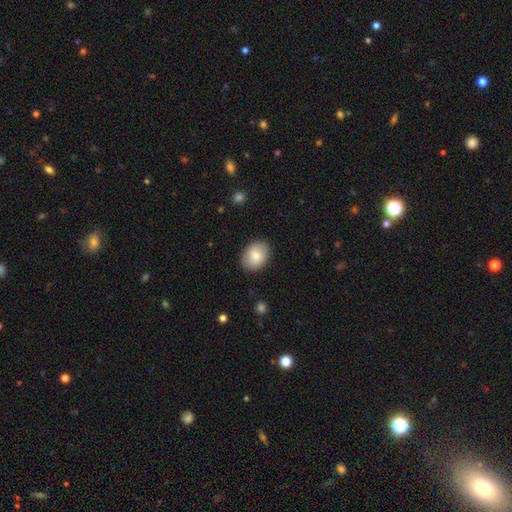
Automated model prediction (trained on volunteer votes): Smooth or featured? Predicted: smooth (p=0.81). How rounded? Predicted: in between (p=0.66). Merging? Predicted: none (p=0.87).